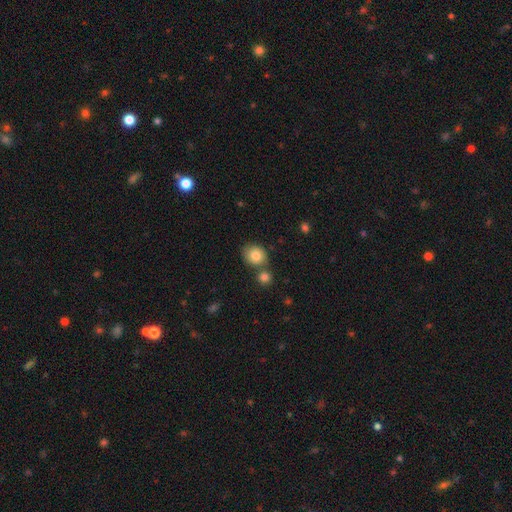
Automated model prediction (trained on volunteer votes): Smooth or featured: smooth — 81% (featured or disk — 10%)
How rounded: round — 67% (in between — 32%)
Merging: none — 62% (merger — 23%)